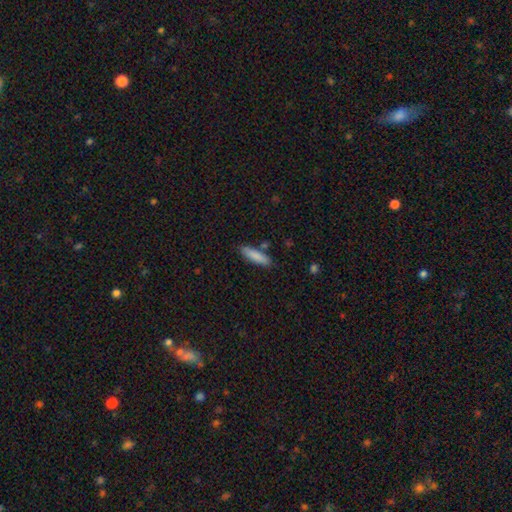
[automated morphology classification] This appears to be a smooth galaxy with no disk features (85%) that is cigar-shaped (67%). Merging: none (82%).